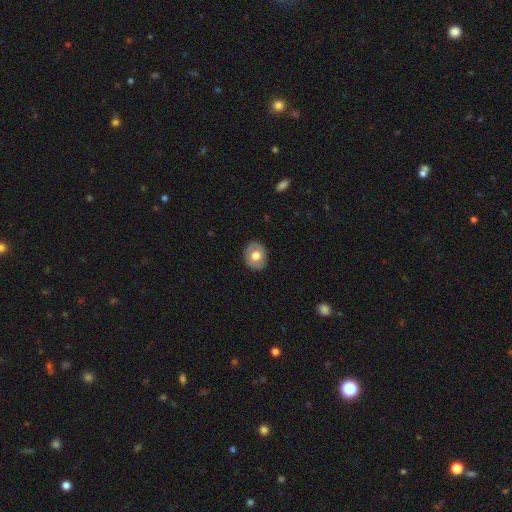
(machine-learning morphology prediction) smooth_or_featured: smooth (p=0.61) [alt: featured or disk p=0.32]
how_rounded: round (p=0.61) [alt: in between p=0.38]
merging: none (p=0.86) [alt: minor disturbance p=0.11]